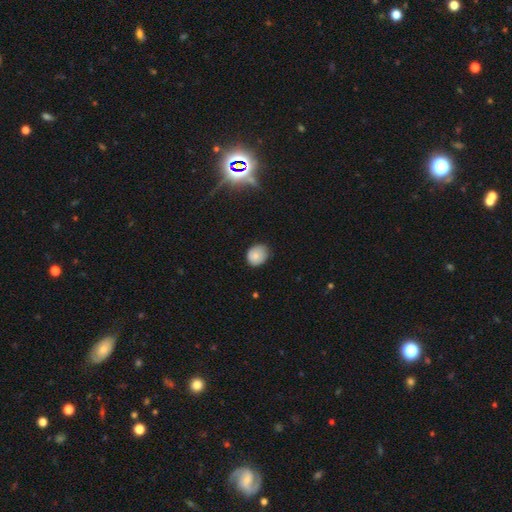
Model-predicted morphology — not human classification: The model was most divided on "how rounded": round: 62%, in between: 37%, cigar-shaped: 1%. More confident: smooth or featured — smooth (78%); merging — none (70%).